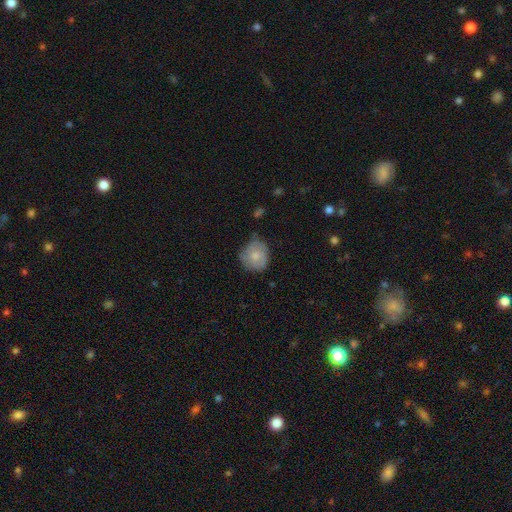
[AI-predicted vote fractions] Smooth or featured: smooth — 72% (featured or disk — 21%)
How rounded: round — 79% (in between — 20%)
Merging: none — 59% (minor disturbance — 32%)